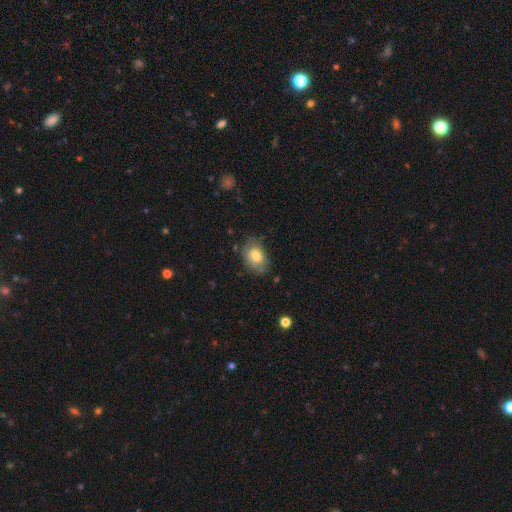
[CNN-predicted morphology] smooth 76%, featured or disk 16%, star or artifact 7%. Down the decision tree: how rounded — in between (82%); merging — none (63%).